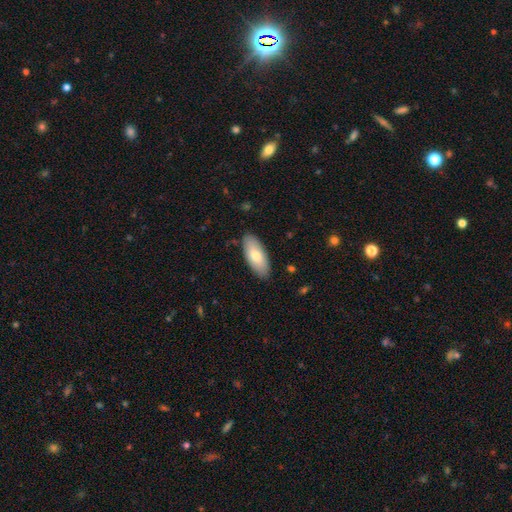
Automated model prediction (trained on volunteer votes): smooth_or_featured: smooth (p=0.74) [alt: featured or disk p=0.21]
how_rounded: in between (p=0.85) [alt: cigar-shaped p=0.13]
merging: none (p=0.87) [alt: minor disturbance p=0.10]